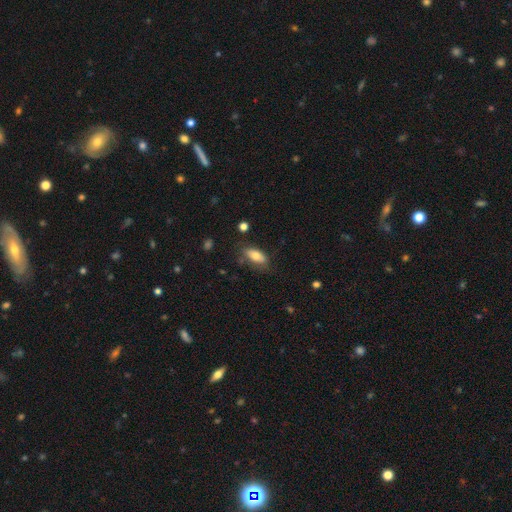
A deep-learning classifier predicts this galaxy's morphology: smooth-or-featured: smooth: 75% | featured or disk: 18% | star or artifact: 7%
  how-rounded: in between: 86% | cigar-shaped: 11% | round: 3%
  merging: none: 69% | minor disturbance: 22% | major disturbance: 6% | merger: 3%